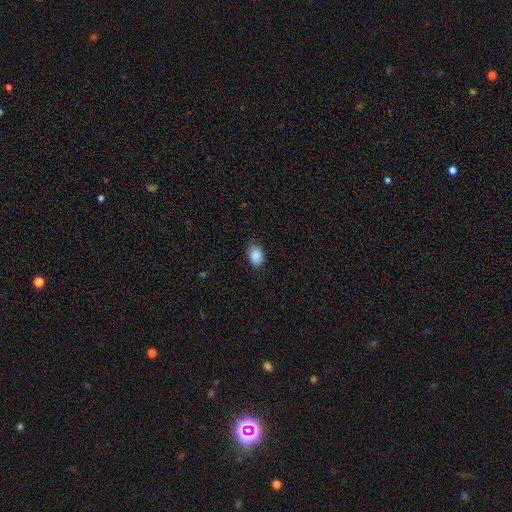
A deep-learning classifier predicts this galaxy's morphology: Smooth or featured? Predicted: smooth (p=0.89). How rounded? Predicted: in between (p=0.81). Merging? Predicted: none (p=0.75).